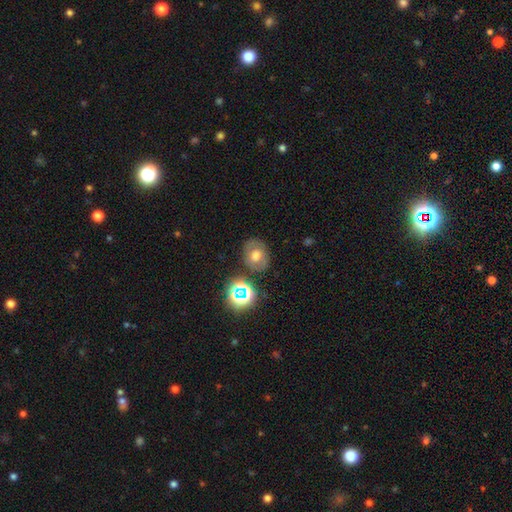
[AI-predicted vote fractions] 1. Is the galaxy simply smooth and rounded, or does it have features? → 51% smooth, 32% featured or disk, 16% star or artifact.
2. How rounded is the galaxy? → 52% round, 47% in between, 1% cigar-shaped.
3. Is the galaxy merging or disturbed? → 76% none, 14% minor disturbance, 5% major disturbance, 5% merger.